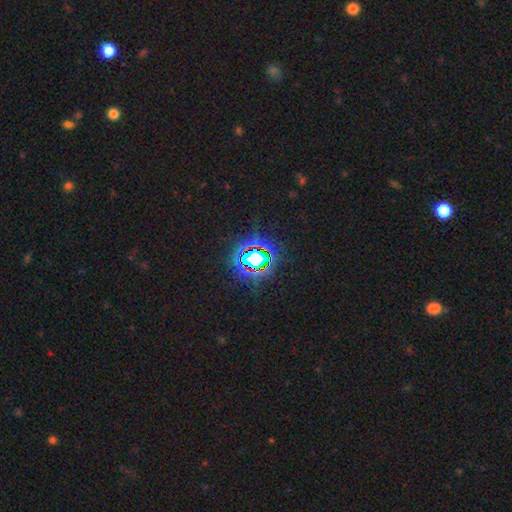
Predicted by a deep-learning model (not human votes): star or artifact 79%, smooth 13%, featured or disk 8%.